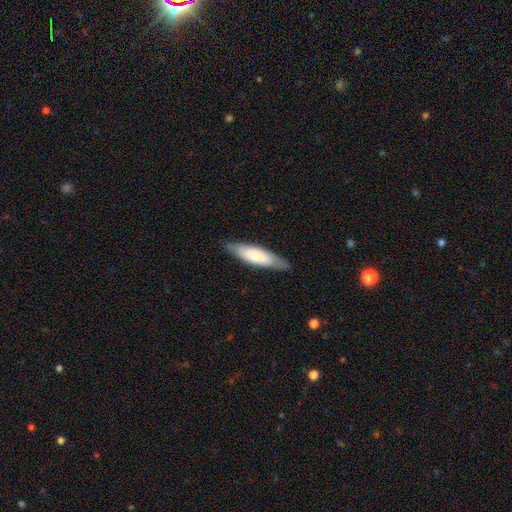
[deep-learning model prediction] Morphology: type=smooth (64%); roundness=cigar-shaped (58%); merging=none (82%).